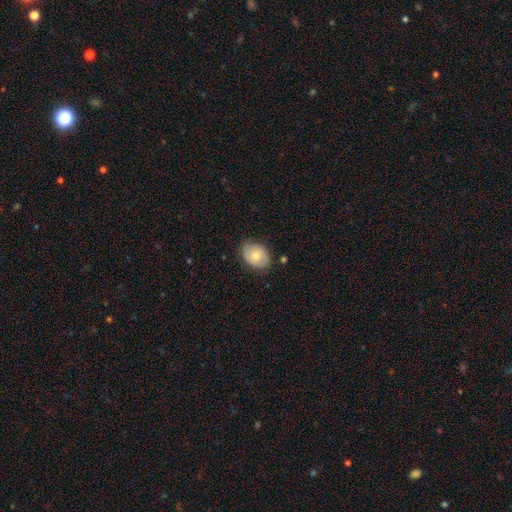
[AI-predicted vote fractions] This appears to be a smooth galaxy with no disk features (72%) that is in between round and cigar-shaped (69%). Merging: none (76%).